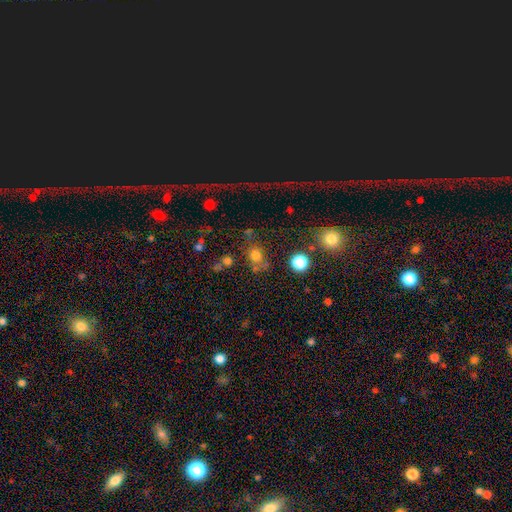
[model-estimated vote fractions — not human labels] Smooth or featured? Predicted: smooth (p=0.72). How rounded? Predicted: round (p=0.72). Merging? Predicted: none (p=0.62).